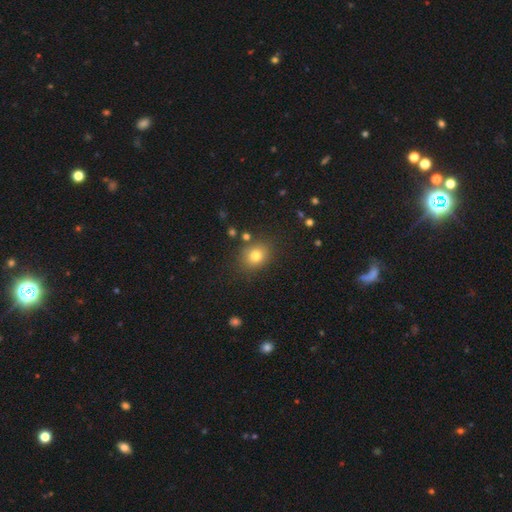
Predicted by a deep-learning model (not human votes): smooth 78%, star or artifact 14%, featured or disk 8%. Down the decision tree: how rounded — round (66%); merging — none (84%).